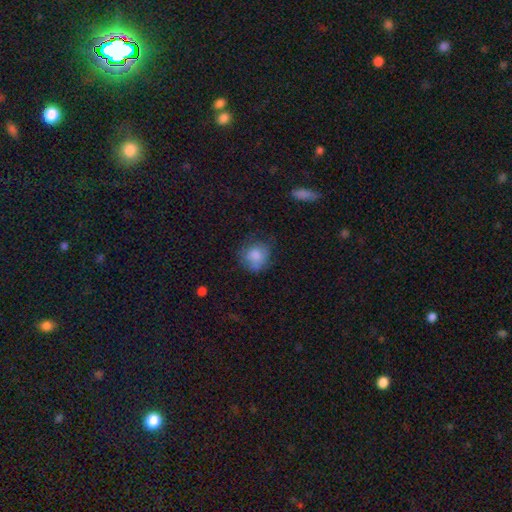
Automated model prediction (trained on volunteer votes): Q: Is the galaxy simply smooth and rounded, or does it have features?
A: smooth — 79%.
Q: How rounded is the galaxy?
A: round — 81%.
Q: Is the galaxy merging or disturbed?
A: none — 60%.